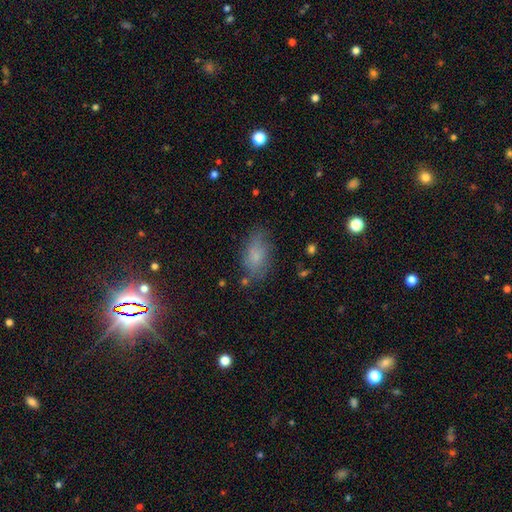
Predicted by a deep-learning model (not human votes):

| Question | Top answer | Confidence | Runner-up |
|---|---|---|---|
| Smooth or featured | smooth | 72% | featured or disk (16%) |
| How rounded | in between | 89% | round (7%) |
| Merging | none | 68% | minor disturbance (22%) |